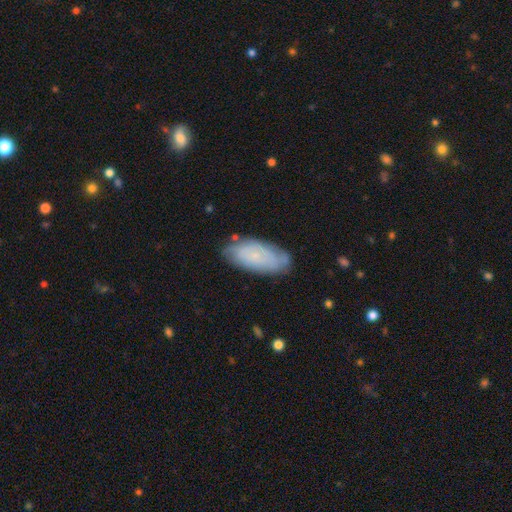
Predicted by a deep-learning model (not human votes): The model was most divided on "smooth or featured": smooth: 58%, featured or disk: 35%, star or artifact: 8%. More confident: how rounded — in between (88%); merging — none (70%).